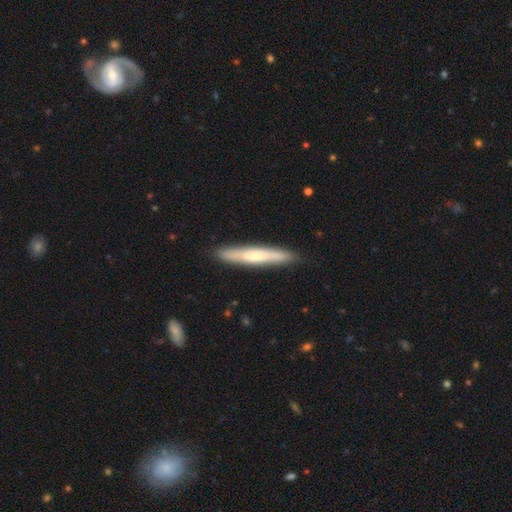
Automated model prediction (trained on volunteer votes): Morphology: type=smooth (56%); roundness=cigar-shaped (94%); merging=none (88%).